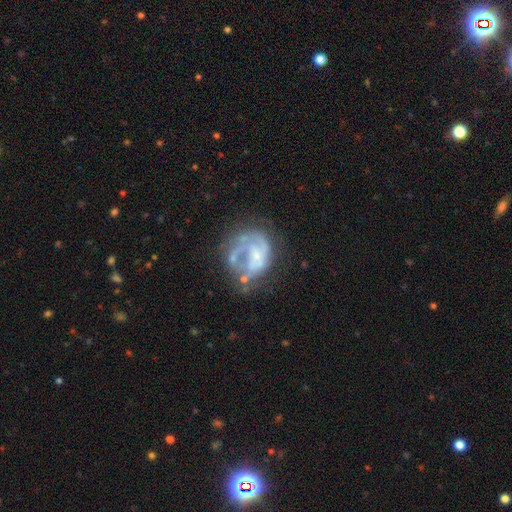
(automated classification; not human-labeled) Smooth or featured? featured or disk (72%)
Edge-on disk? no (98%)
Bar? no (62%)
Spiral arms? yes (67%)
Bulge size? none (45%)
Merging? none (38%)